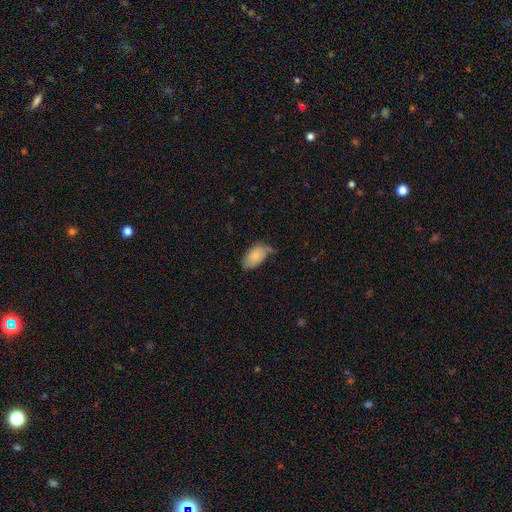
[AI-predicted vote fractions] smooth 81%, featured or disk 12%, star or artifact 7%. Down the decision tree: how rounded — in between (94%); merging — none (48%).